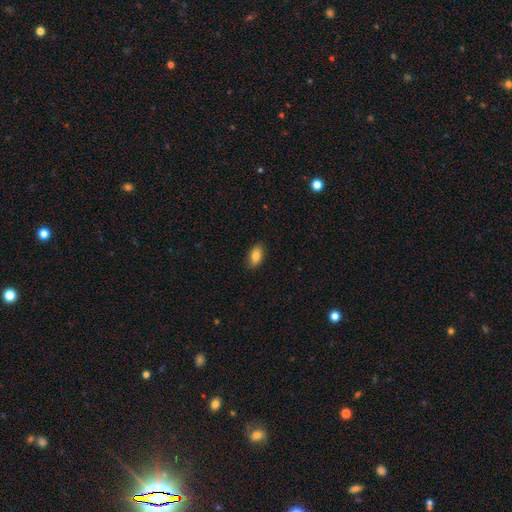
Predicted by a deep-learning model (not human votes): smooth_or_featured: smooth (p=0.83) [alt: featured or disk p=0.10]
how_rounded: in between (p=0.90) [alt: round p=0.05]
merging: none (p=0.87) [alt: minor disturbance p=0.10]